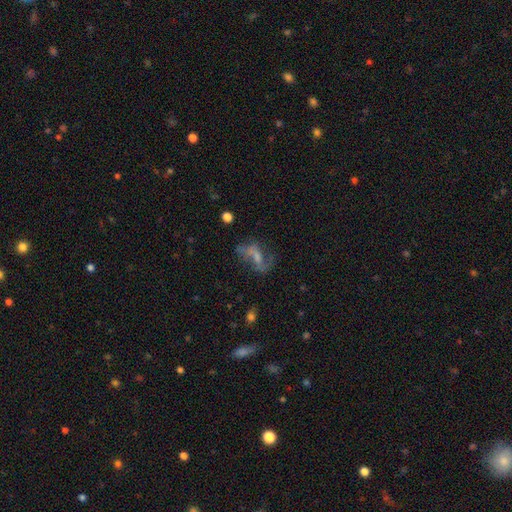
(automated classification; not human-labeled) Smooth or featured? Predicted: featured or disk (p=0.57). Edge-on disk? Predicted: no (p=0.95). Bar? Predicted: no (p=0.49). Spiral arms? Predicted: yes (p=0.56). Bulge size? Predicted: none (p=0.44). Merging? Predicted: none (p=0.38).